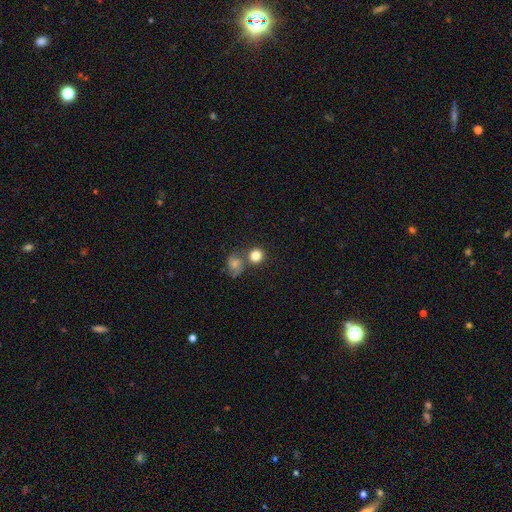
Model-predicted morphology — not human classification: This appears to be a smooth galaxy with no disk features (81%) that is round (85%). Merging: none (64%).